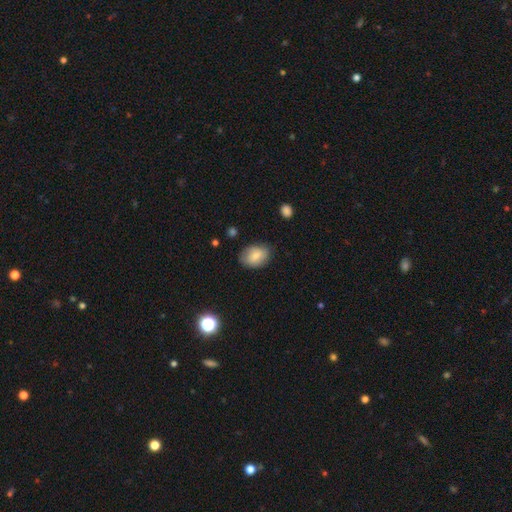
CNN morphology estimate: Smooth or featured: smooth — 81% (featured or disk — 11%)
How rounded: in between — 74% (round — 25%)
Merging: none — 77% (minor disturbance — 18%)